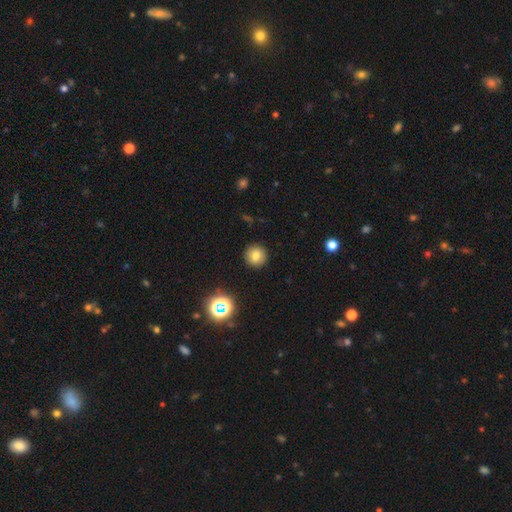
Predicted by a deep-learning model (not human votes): Morphology: type=smooth (78%); roundness=round (94%); merging=none (92%).